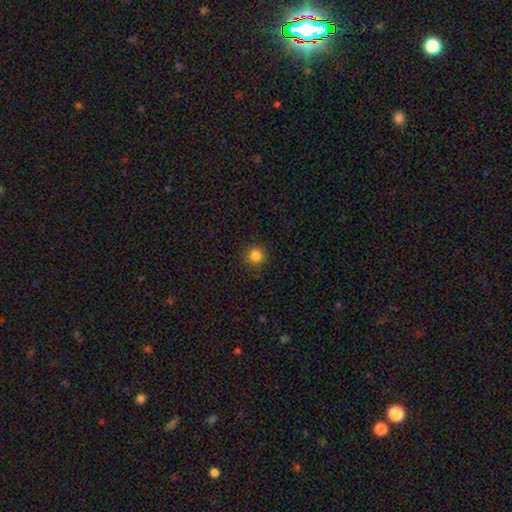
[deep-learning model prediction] smooth-or-featured: smooth: 83% | star or artifact: 12% | featured or disk: 5%
  how-rounded: round: 92% | in between: 7% | cigar-shaped: 1%
  merging: none: 89% | minor disturbance: 7% | major disturbance: 2% | merger: 1%